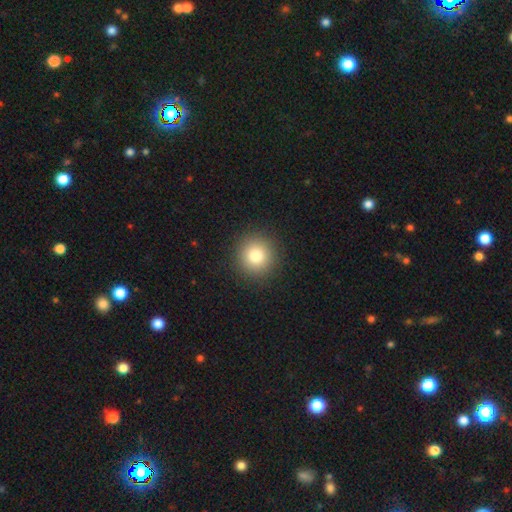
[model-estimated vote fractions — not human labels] A smooth galaxy with no disk features (80%) that is round (94%). Merging: none (92%).